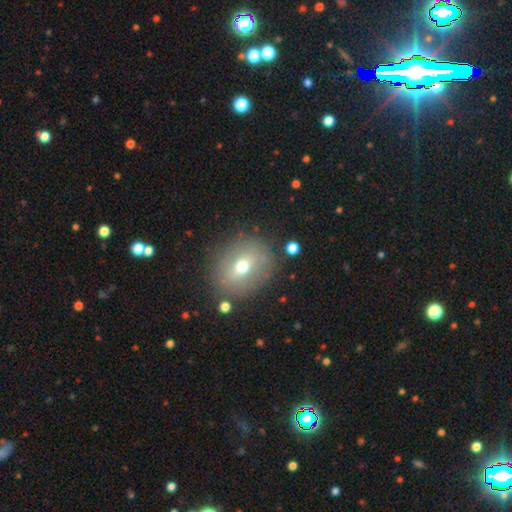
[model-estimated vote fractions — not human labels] Smooth or featured?
  - smooth: 44% *
  - featured or disk: 29%
  - star or artifact: 27%
Merging?
  - none: 85% *
  - minor disturbance: 9%
  - major disturbance: 4%
  - merger: 2%